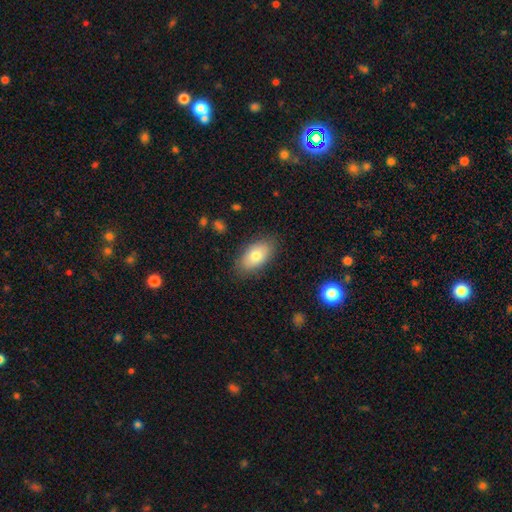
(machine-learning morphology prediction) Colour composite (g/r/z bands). It shows a smooth galaxy with no disk features (76%) that is in between round and cigar-shaped (92%). Merging: none (84%).